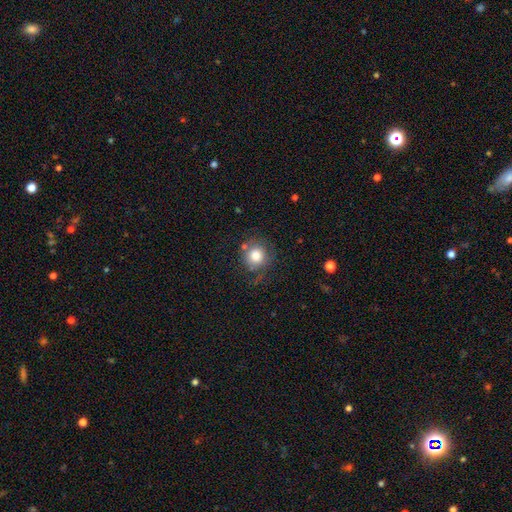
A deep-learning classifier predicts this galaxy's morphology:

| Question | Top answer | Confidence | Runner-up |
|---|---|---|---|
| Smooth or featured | smooth | 78% | featured or disk (12%) |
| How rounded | round | 89% | in between (10%) |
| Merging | none | 69% | minor disturbance (18%) |